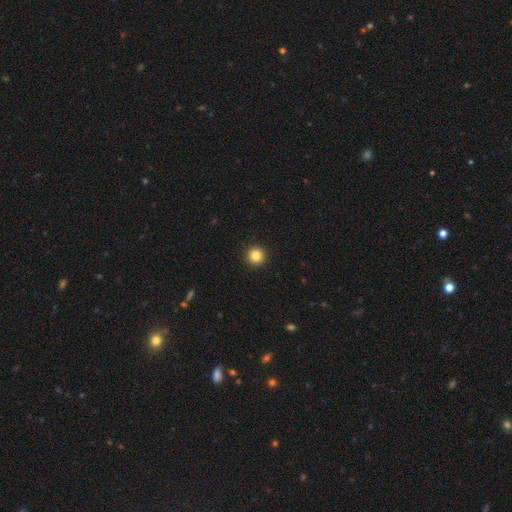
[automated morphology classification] A smooth galaxy with no disk features (83%) that is round (96%).

Vote fractions:
- Smooth or featured? smooth: 83% / star or artifact: 11% / featured or disk: 5%
- How rounded? round: 96% / in between: 3% / cigar-shaped: 1%
- Merging? none: 94% / minor disturbance: 4% / major disturbance: 1% / merger: 1%